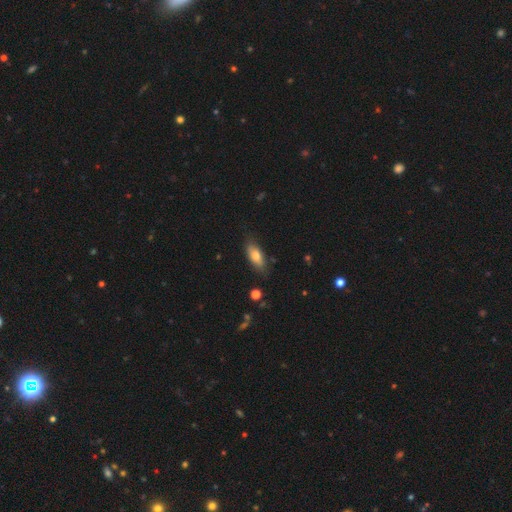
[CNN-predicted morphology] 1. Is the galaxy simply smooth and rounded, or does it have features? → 74% smooth, 19% featured or disk, 7% star or artifact.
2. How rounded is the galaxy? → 79% in between, 18% cigar-shaped, 3% round.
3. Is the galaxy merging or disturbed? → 78% none, 17% minor disturbance, 3% major disturbance, 2% merger.